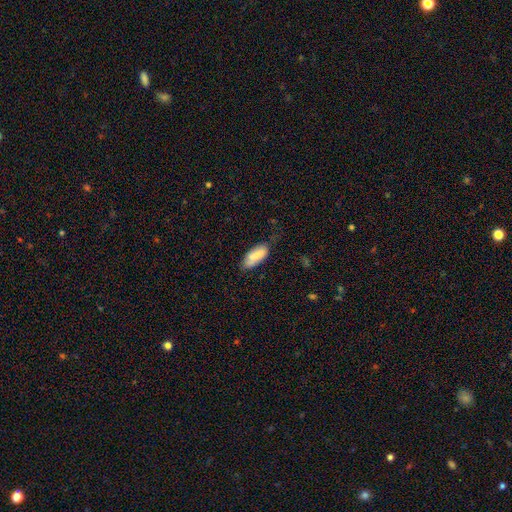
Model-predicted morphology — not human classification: This is clearly a smooth galaxy (80%). How rounded: likely in between (80%). Merging: likely none (60%).